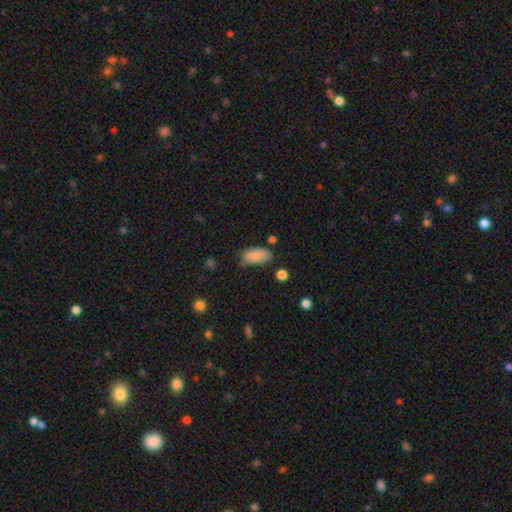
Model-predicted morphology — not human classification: Q: Smooth or featured?
A: smooth (85%); runner-up: star or artifact (8%)
Q: How rounded?
A: in between (91%); runner-up: cigar-shaped (6%)
Q: Merging?
A: none (62%); runner-up: minor disturbance (27%)